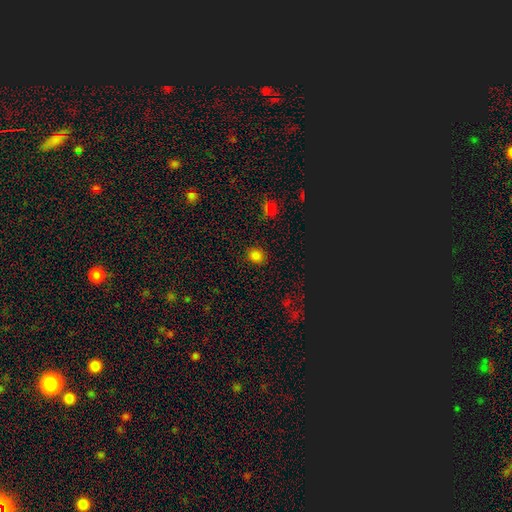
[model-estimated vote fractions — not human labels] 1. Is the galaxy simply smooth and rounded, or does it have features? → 81% smooth, 15% star or artifact, 4% featured or disk.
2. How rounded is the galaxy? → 68% round, 31% in between, 1% cigar-shaped.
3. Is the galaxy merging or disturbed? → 89% none, 8% minor disturbance, 2% major disturbance, 1% merger.